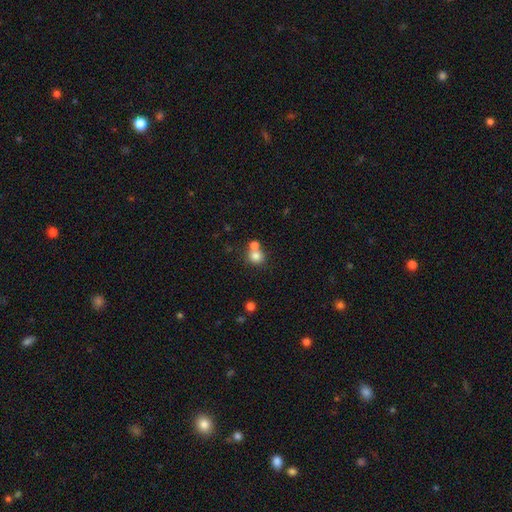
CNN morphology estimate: type=smooth (78%); roundness=round (83%); merging=none (46%).